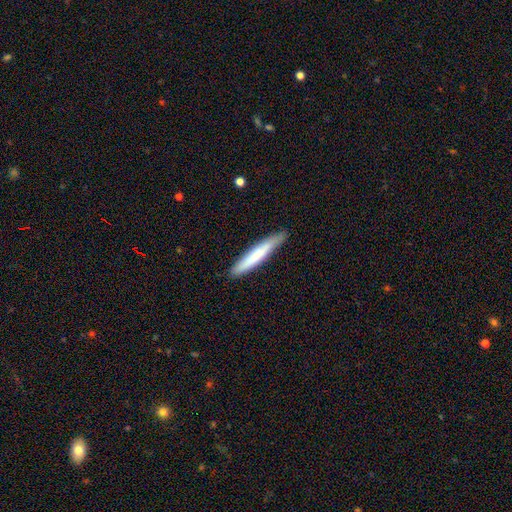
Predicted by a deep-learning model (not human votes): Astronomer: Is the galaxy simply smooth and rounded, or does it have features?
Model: smooth — 71%.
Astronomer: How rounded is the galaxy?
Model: cigar-shaped — 94%.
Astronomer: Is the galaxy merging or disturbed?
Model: none — 83%.